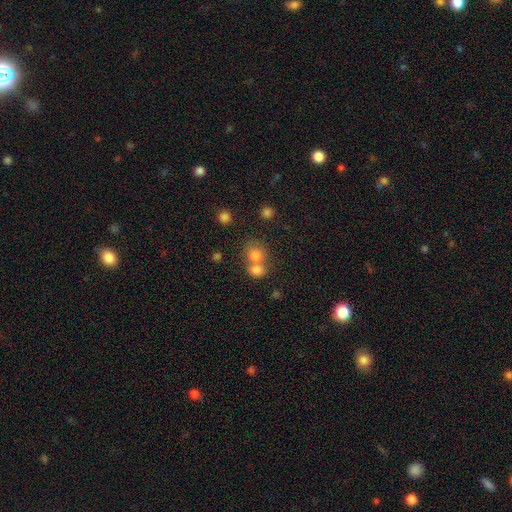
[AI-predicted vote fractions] Smooth or featured? Predicted: smooth (p=0.78). How rounded? Predicted: round (p=0.76). Merging? Predicted: merger (p=0.50).